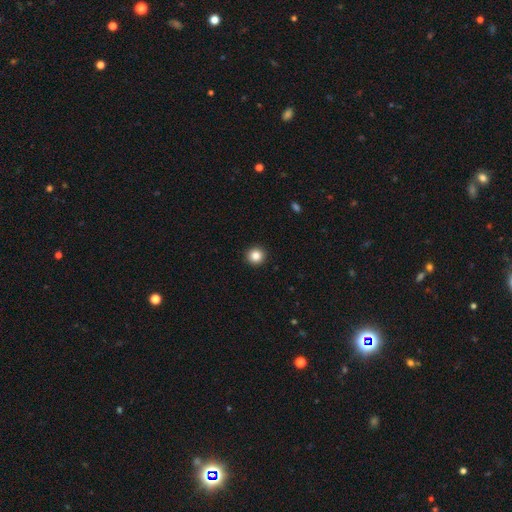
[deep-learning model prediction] Smooth or featured? Predicted: smooth (p=0.86). How rounded? Predicted: round (p=0.95). Merging? Predicted: none (p=0.93).